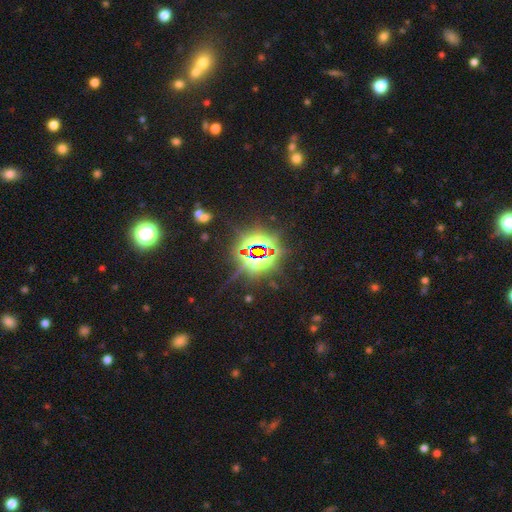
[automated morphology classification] smooth_or_featured: star or artifact (p=0.80) [alt: smooth p=0.12]